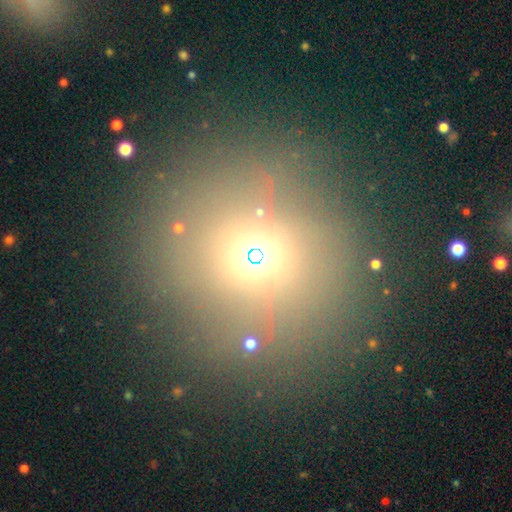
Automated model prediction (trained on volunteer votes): Morphology: type=smooth (55%); roundness=round (67%); merging=none (70%).